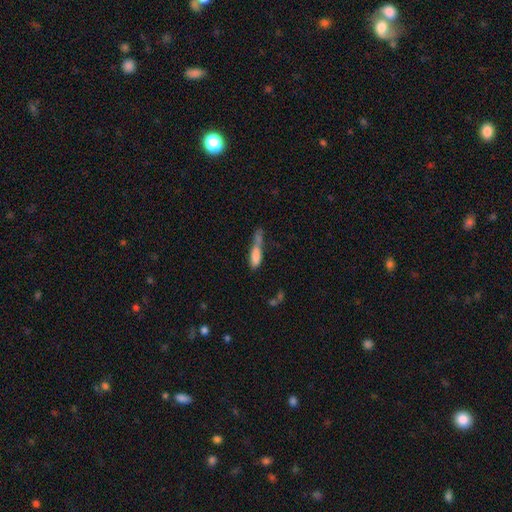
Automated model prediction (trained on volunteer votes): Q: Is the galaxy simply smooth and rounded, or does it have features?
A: smooth — 73%.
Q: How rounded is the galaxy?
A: cigar-shaped — 66%.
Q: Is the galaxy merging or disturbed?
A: none — 30%.